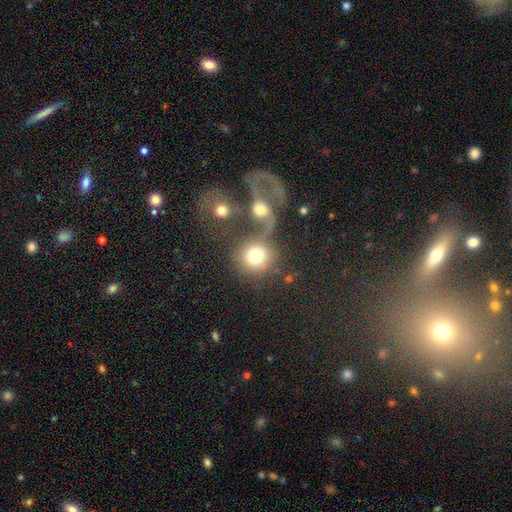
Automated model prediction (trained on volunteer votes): The model was most divided on "merging": merger: 40%, none: 34%, major disturbance: 16%, minor disturbance: 10%. More confident: how rounded — round (82%); smooth or featured — smooth (68%).